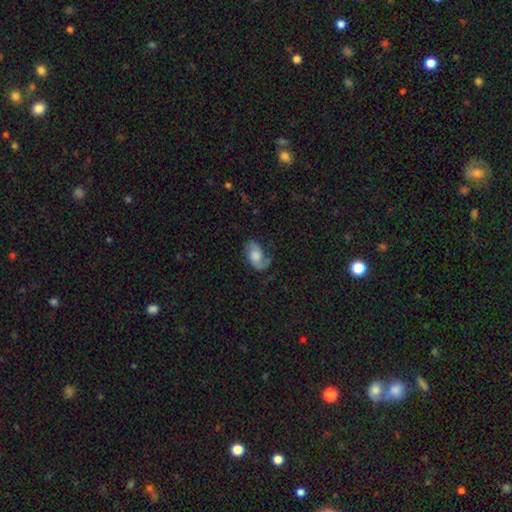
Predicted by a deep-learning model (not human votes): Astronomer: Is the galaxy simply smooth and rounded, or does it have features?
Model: featured or disk — 52% (runner-up: smooth, 39%).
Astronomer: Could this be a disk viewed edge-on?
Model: no — 96%.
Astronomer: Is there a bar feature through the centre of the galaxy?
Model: no — 69%.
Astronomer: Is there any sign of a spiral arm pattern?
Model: yes — 86%.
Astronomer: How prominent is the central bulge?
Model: large — 35% (runner-up: moderate, 31%).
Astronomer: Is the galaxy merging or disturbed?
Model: none — 54%.